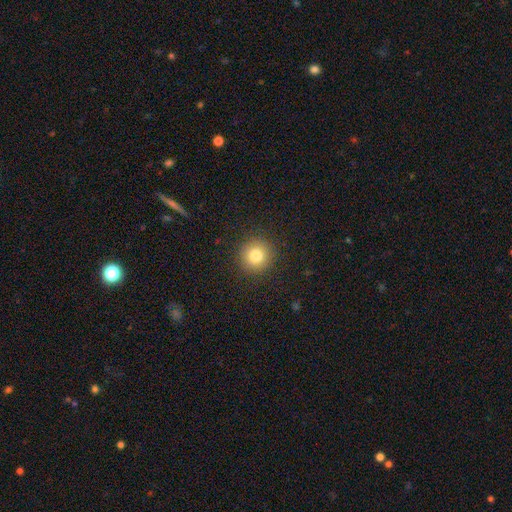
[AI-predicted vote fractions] Q: Smooth or featured?
A: smooth (81%); runner-up: star or artifact (12%)
Q: How rounded?
A: round (94%); runner-up: in between (5%)
Q: Merging?
A: none (91%); runner-up: minor disturbance (6%)